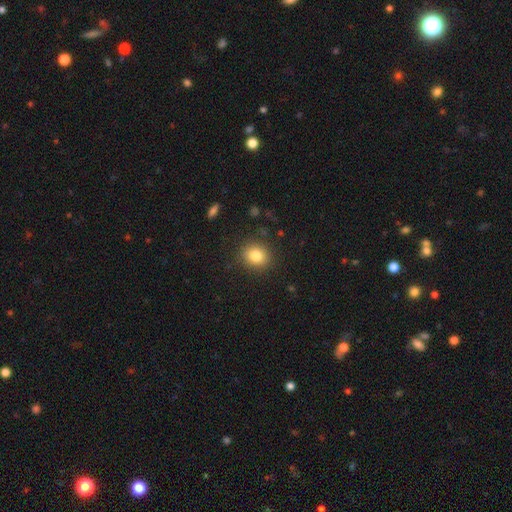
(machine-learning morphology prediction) A smooth galaxy with no disk features (82%) that is round (63%).

Vote fractions:
- Smooth or featured? smooth: 82% / star or artifact: 10% / featured or disk: 8%
- How rounded? round: 63% / in between: 36% / cigar-shaped: 1%
- Merging? none: 87% / minor disturbance: 9% / major disturbance: 3% / merger: 1%